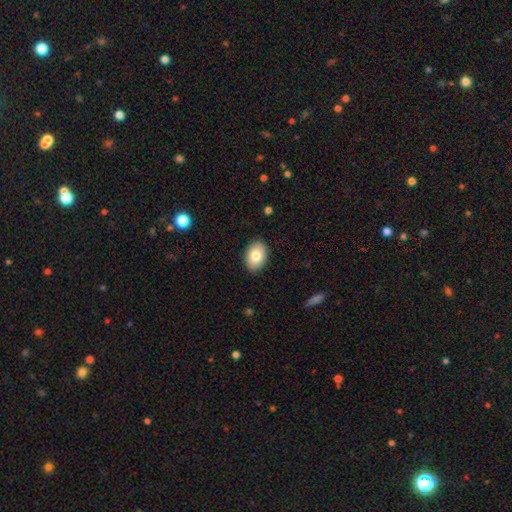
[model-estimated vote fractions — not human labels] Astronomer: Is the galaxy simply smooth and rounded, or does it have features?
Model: smooth — 82%.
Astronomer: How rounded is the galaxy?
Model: in between — 86%.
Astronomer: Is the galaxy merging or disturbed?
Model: none — 89%.